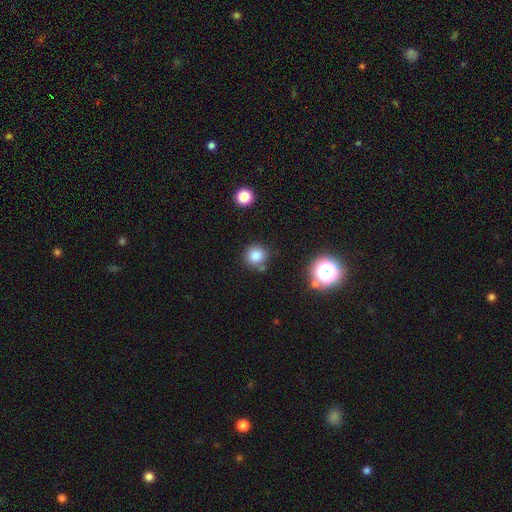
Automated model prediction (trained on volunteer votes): Smooth or featured?
  - smooth: 82% *
  - star or artifact: 13%
  - featured or disk: 6%
How rounded?
  - round: 91% *
  - in between: 8%
  - cigar-shaped: 1%
Merging?
  - none: 79% *
  - minor disturbance: 11%
  - merger: 7%
  - major disturbance: 3%